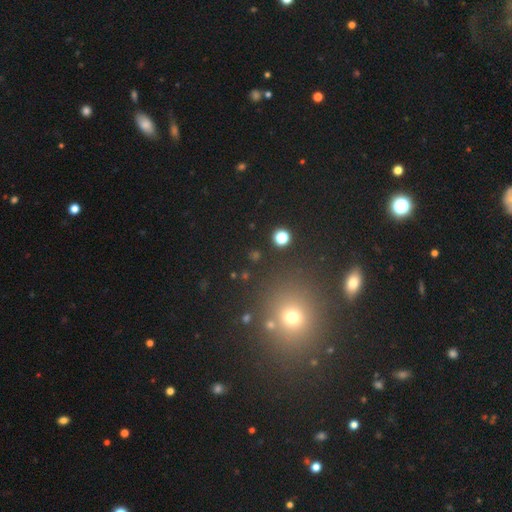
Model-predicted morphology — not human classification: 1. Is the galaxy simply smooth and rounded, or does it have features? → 51% smooth, 39% star or artifact, 10% featured or disk.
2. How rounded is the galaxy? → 75% round, 23% in between, 3% cigar-shaped.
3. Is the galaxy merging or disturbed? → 83% none, 8% minor disturbance, 5% merger, 4% major disturbance.